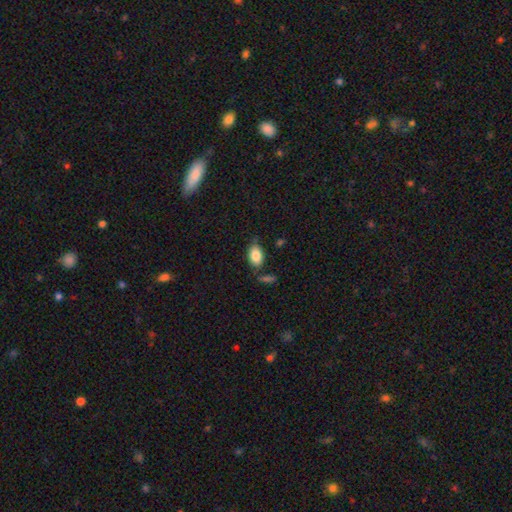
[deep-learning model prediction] smooth-or-featured: smooth: 84% | featured or disk: 9% | star or artifact: 7%
  how-rounded: in between: 88% | round: 10% | cigar-shaped: 2%
  merging: none: 71% | minor disturbance: 18% | merger: 7% | major disturbance: 5%